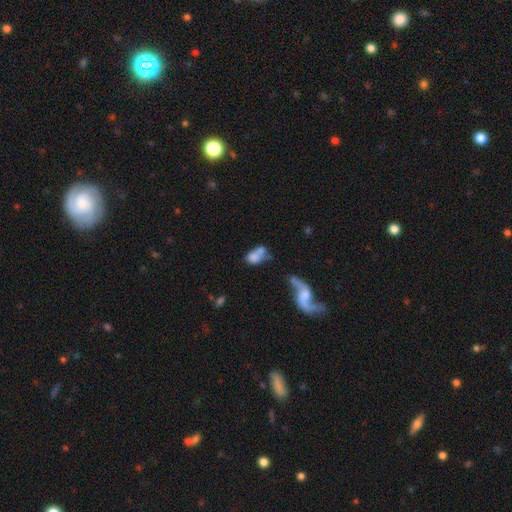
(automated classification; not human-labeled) Morphology: type=smooth (62%); roundness=in between (82%); merging=merger (47%).